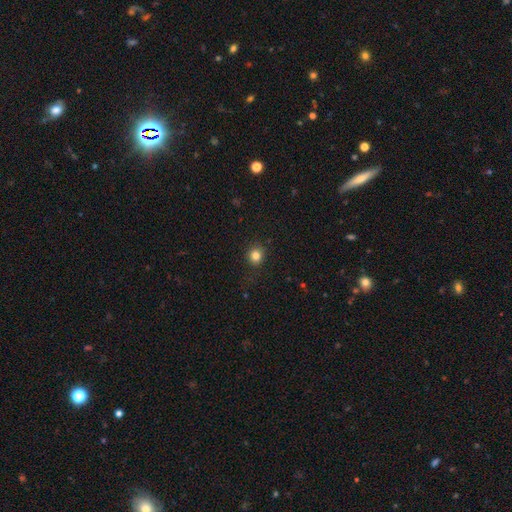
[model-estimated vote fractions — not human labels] A smooth galaxy with no disk features (82%) that is round (85%). Merging: none (88%).